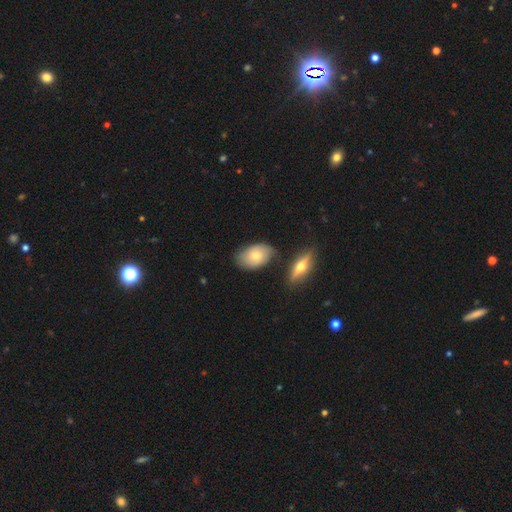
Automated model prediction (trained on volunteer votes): Smooth or featured: smooth — 64% (featured or disk — 29%)
How rounded: in between — 88% (round — 10%)
Merging: none — 70% (minor disturbance — 18%)